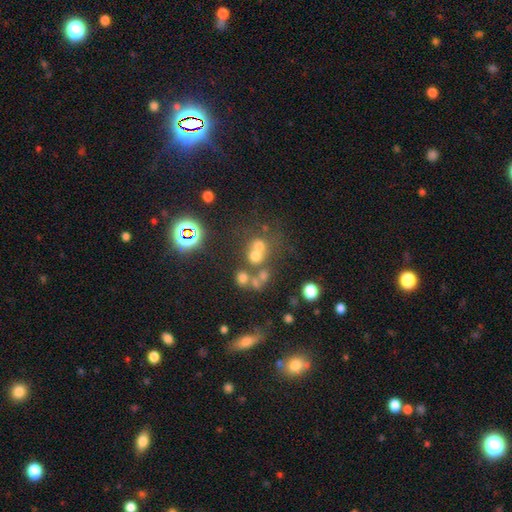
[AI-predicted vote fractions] Smooth or featured: smooth — 51% (star or artifact — 28%)
How rounded: round — 76% (in between — 22%)
Merging: merger — 44% (none — 39%)